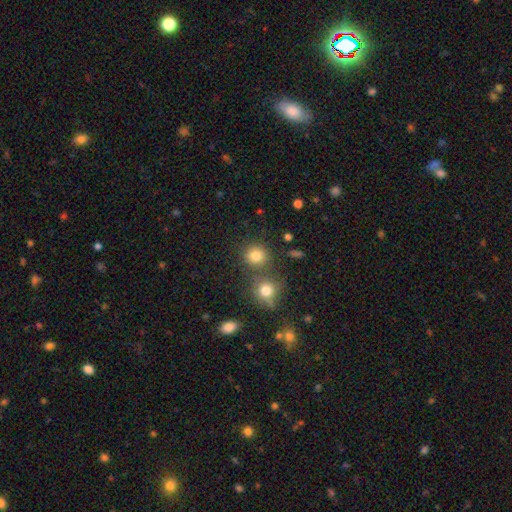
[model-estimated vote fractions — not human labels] Smooth or featured: smooth — 79% (star or artifact — 14%)
How rounded: round — 87% (in between — 12%)
Merging: none — 71% (merger — 16%)